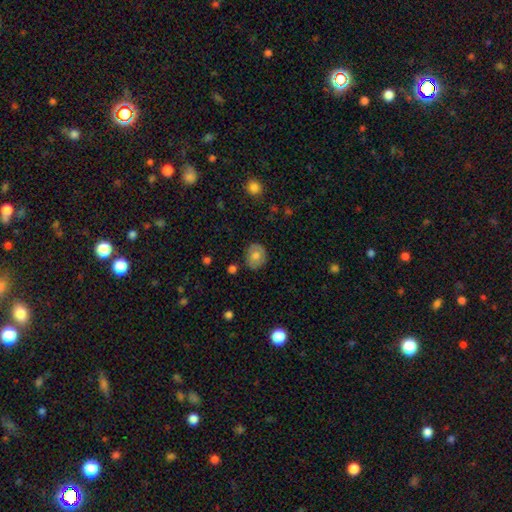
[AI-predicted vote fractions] A smooth galaxy with no disk features (73%) that is round (65%).

Vote fractions:
- Smooth or featured? smooth: 73% / featured or disk: 19% / star or artifact: 8%
- How rounded? round: 65% / in between: 34% / cigar-shaped: 1%
- Merging? none: 83% / minor disturbance: 13% / major disturbance: 3% / merger: 2%